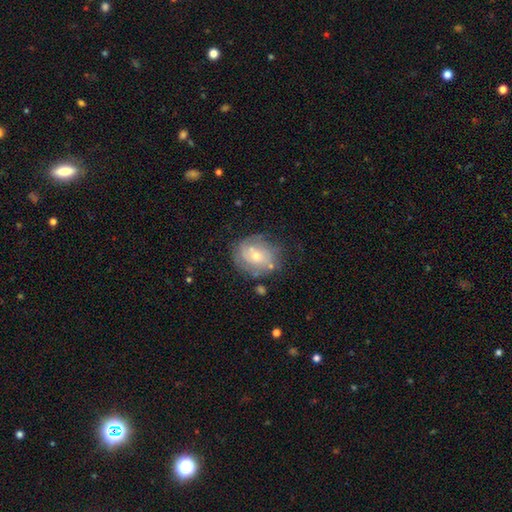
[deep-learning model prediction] This appears to be a featured or disk galaxy (59%) with no bar (71%), spiral arms (72%) and a small central bulge (51%). Merging: none (61%).